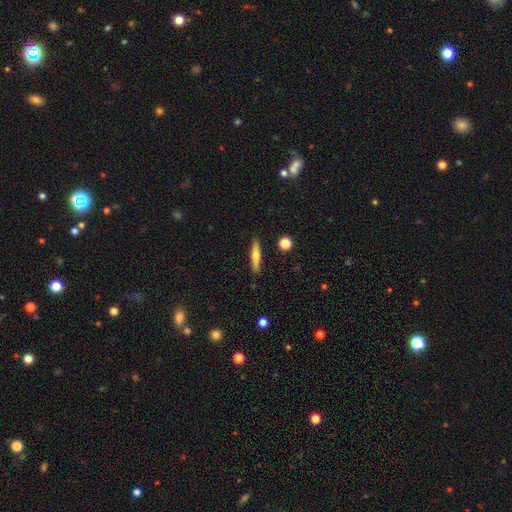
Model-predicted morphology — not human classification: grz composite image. It shows a smooth galaxy with no disk features (48%). Merging: none (90%).